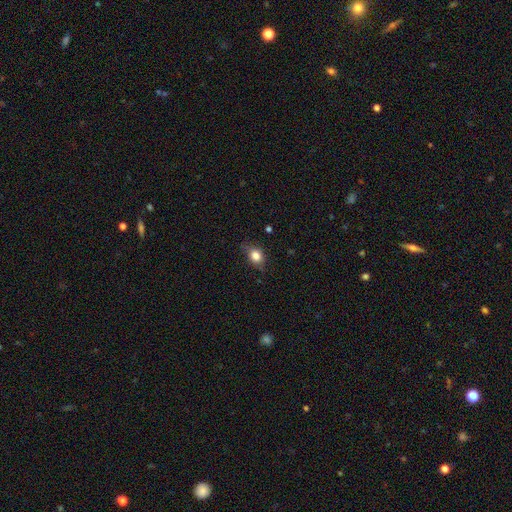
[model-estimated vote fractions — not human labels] The model was most divided on "how rounded": in between: 52%, round: 46%, cigar-shaped: 2%. More confident: smooth or featured — smooth (80%); merging — none (65%).